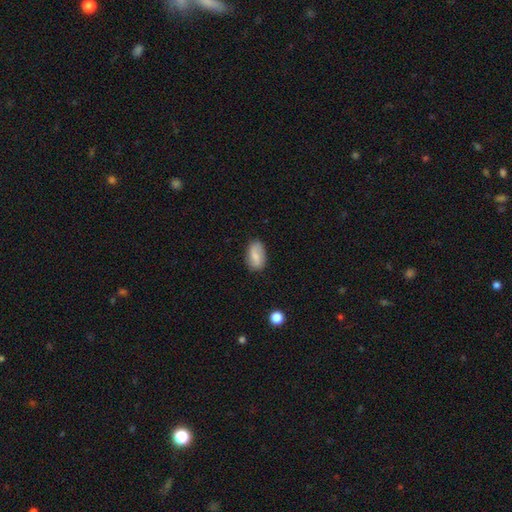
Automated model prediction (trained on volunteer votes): This is likely a smooth galaxy (69%). How rounded: clearly in between (91%). Merging: likely none (76%).